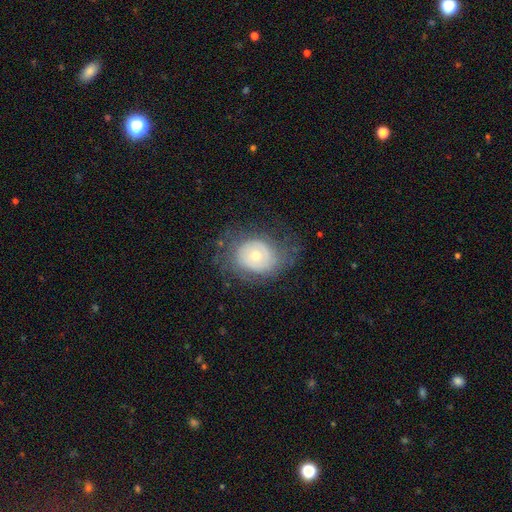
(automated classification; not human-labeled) Smooth or featured? Predicted: featured or disk (p=0.58). Edge-on disk? Predicted: no (p=0.96). Bar? Predicted: no (p=0.82). Spiral arms? Predicted: yes (p=0.65). Bulge size? Predicted: small (p=0.51). Merging? Predicted: none (p=0.61).